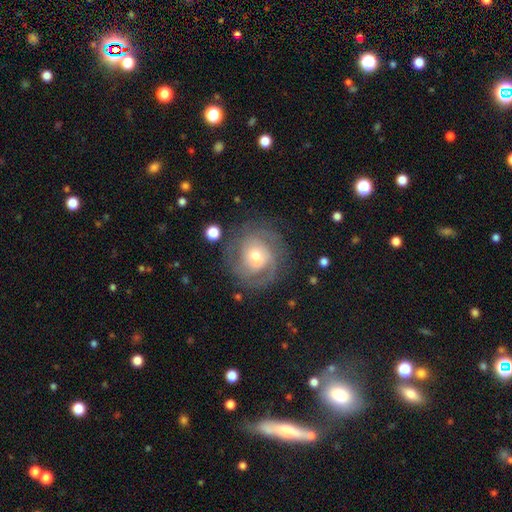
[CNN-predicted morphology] Smooth or featured?
  - featured or disk: 73% *
  - smooth: 20%
  - star or artifact: 7%
Edge-on disk?
  - no: 97% *
  - yes: 3%
Bar?
  - no: 54% *
  - weak: 37%
  - strong: 9%
Spiral arms?
  - yes: 86% *
  - no: 14%
Spiral winding?
  - tight: 60% *
  - medium: 30%
  - loose: 9%
Spiral arm count?
  - can't tell: 39% *
  - 2: 27%
  - 3: 18%
  - 4: 7%
  - 1: 5%
  - more than 4: 4%
Bulge size?
  - moderate: 54% *
  - small: 37%
  - large: 7%
  - none: 1%
  - dominant: 1%
Merging?
  - none: 75% *
  - minor disturbance: 14%
  - major disturbance: 8%
  - merger: 2%